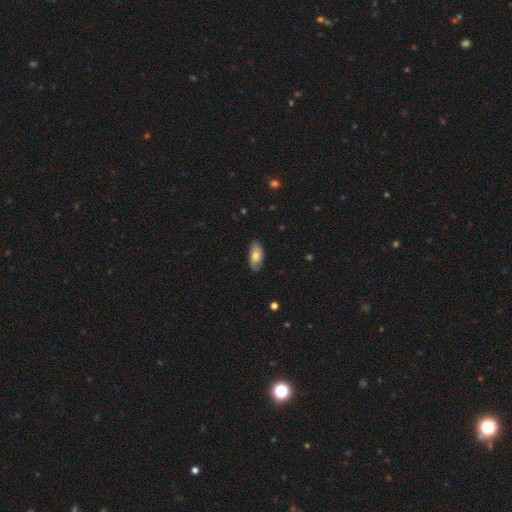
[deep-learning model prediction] Smooth or featured: smooth — 73% (featured or disk — 21%)
How rounded: in between — 91% (cigar-shaped — 6%)
Merging: none — 81% (minor disturbance — 15%)